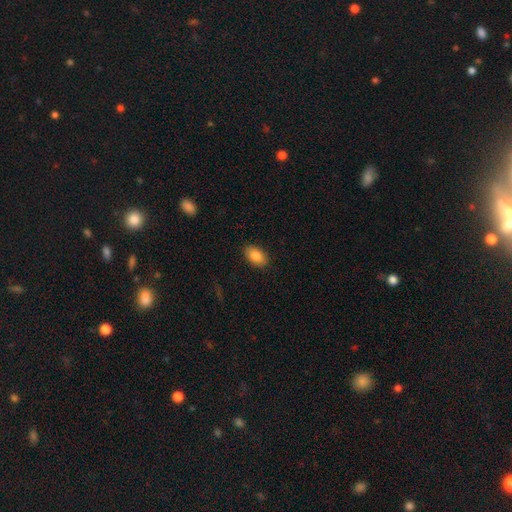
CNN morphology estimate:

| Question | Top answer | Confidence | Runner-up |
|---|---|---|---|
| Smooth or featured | smooth | 87% | star or artifact (7%) |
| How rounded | in between | 93% | round (6%) |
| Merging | none | 88% | minor disturbance (8%) |